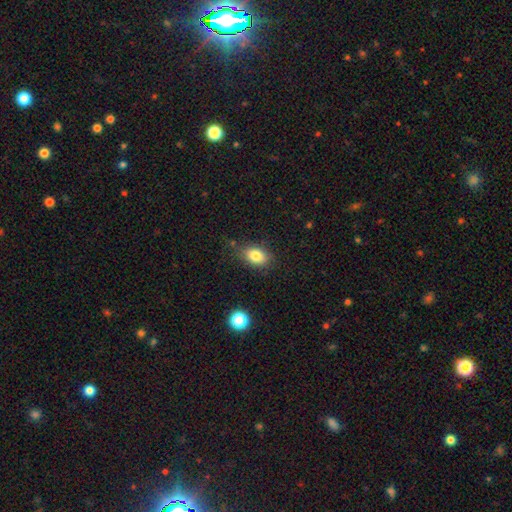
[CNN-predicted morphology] smooth_or_featured: smooth (p=0.82) [alt: star or artifact p=0.10]
how_rounded: in between (p=0.78) [alt: round p=0.20]
merging: none (p=0.75) [alt: minor disturbance p=0.18]